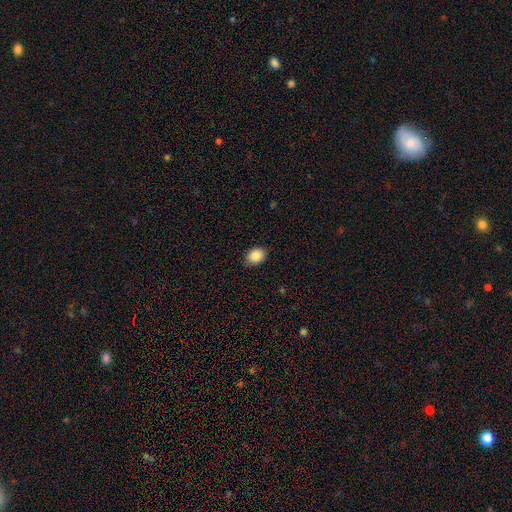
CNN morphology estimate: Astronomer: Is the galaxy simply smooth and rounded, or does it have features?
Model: smooth — 87%.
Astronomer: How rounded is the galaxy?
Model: in between — 62%.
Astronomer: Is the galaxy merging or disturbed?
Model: none — 83%.